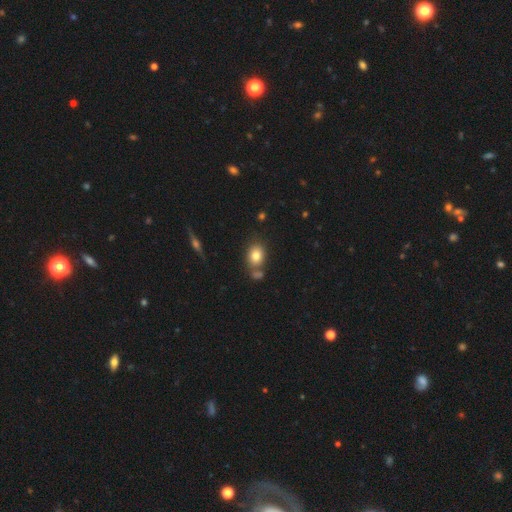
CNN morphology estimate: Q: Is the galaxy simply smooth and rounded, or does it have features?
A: smooth — 80%.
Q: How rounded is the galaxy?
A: in between — 58%.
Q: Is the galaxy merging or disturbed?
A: none — 62%.